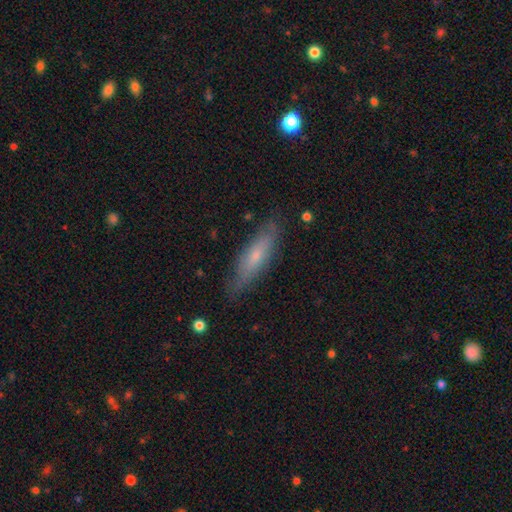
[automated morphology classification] This is possibly a smooth galaxy (55%). How rounded: likely cigar-shaped (70%). Merging: clearly none (81%).